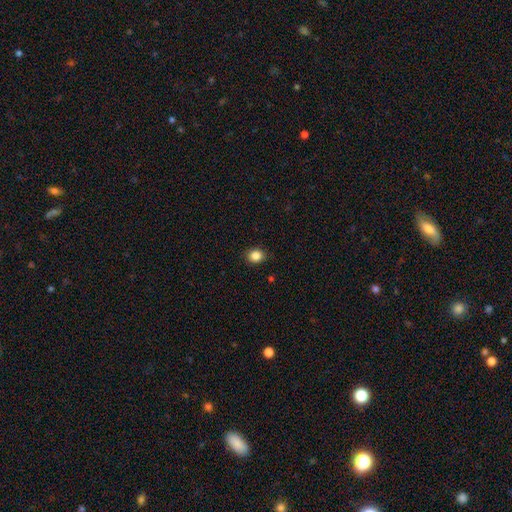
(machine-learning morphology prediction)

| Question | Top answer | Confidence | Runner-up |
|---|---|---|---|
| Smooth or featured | smooth | 85% | star or artifact (10%) |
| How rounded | round | 69% | in between (30%) |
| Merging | none | 90% | minor disturbance (7%) |